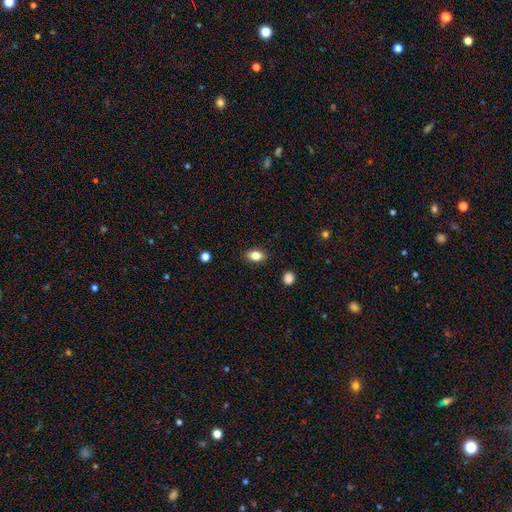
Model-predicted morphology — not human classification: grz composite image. It shows a smooth galaxy with no disk features (82%) that is in between round and cigar-shaped (83%). Merging: none (88%).